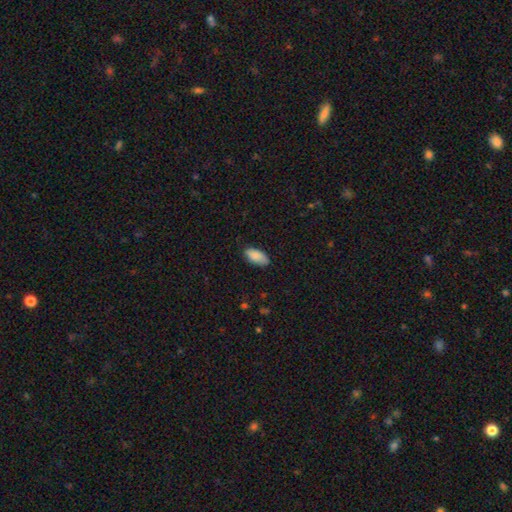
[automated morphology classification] The model was most divided on "merging": none: 83%, minor disturbance: 14%, major disturbance: 2%, merger: 1%. More confident: how rounded — in between (93%); smooth or featured — smooth (87%).